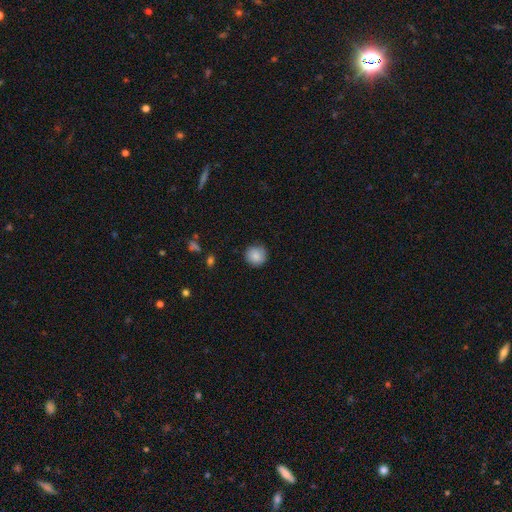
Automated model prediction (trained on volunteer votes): smooth 87%, star or artifact 8%, featured or disk 5%. Down the decision tree: how rounded — round (92%); merging — none (86%).